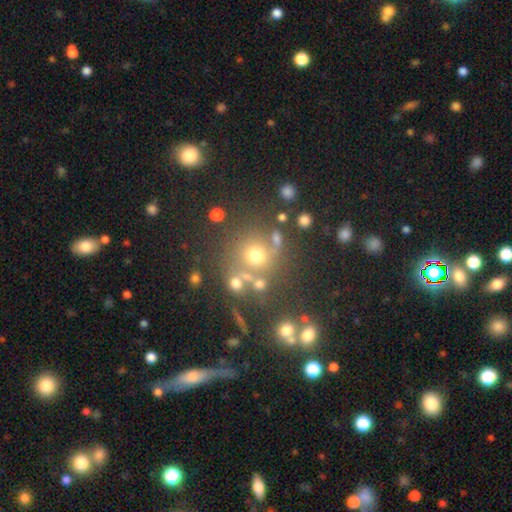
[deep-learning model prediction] Smooth or featured: smooth — 62% (star or artifact — 23%)
How rounded: round — 88% (in between — 11%)
Merging: none — 65% (merger — 16%)